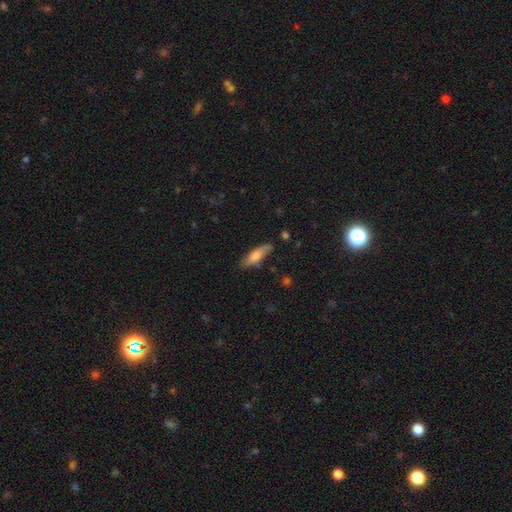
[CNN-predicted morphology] Q: Smooth or featured?
A: smooth (69%); runner-up: featured or disk (25%)
Q: How rounded?
A: cigar-shaped (57%); runner-up: in between (41%)
Q: Merging?
A: none (79%); runner-up: minor disturbance (16%)